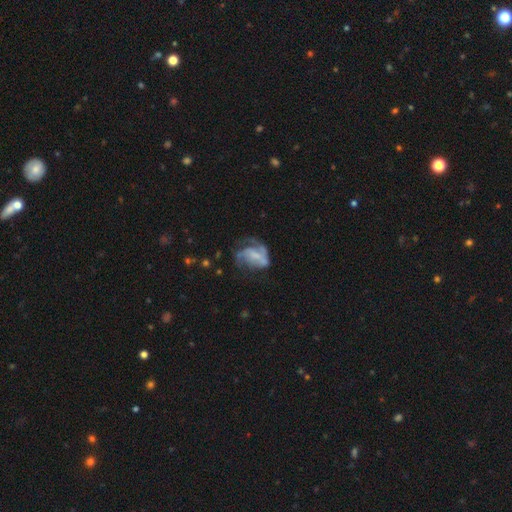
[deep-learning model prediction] The model was most divided on "merging": major disturbance: 40%, none: 34%, minor disturbance: 21%, merger: 5%. Remaining: edge-on disk — no (97%); spiral arms — yes (77%); smooth or featured — featured or disk (68%); bar — no (48%); bulge size — none (44%); spiral winding — medium (42%); spiral arm count — 2 (38%).